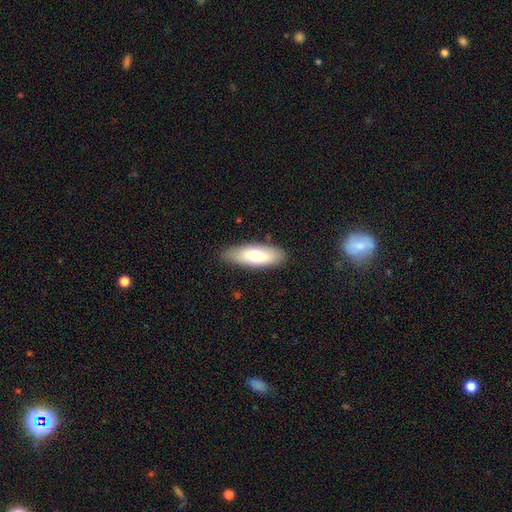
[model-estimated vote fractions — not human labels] Smooth or featured? Predicted: smooth (p=0.69). How rounded? Predicted: in between (p=0.68). Merging? Predicted: none (p=0.85).